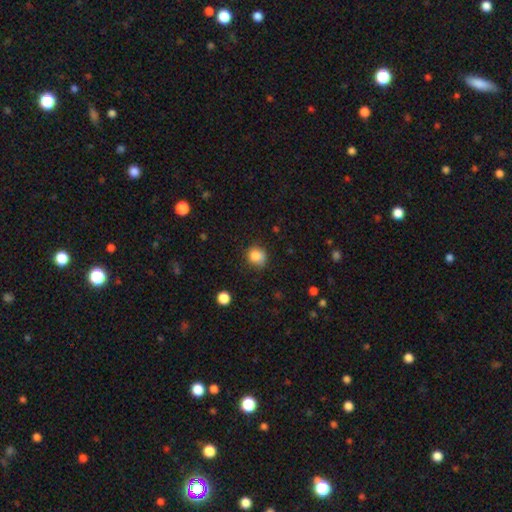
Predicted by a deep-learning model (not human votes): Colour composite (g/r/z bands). It shows a smooth galaxy with no disk features (84%) that is round (78%). Merging: none (70%).